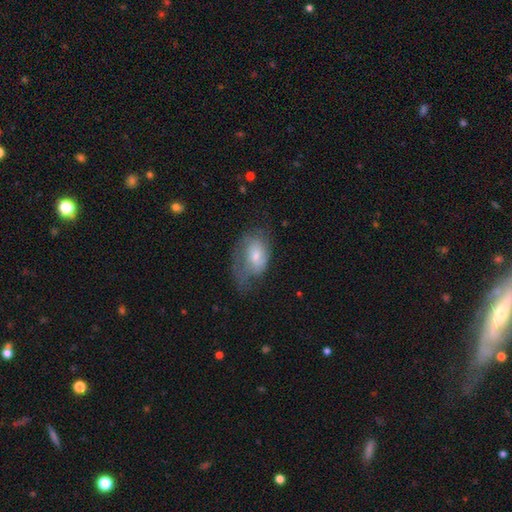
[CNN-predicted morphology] Overall: featured or disk (49%; smooth 42%). Merging: none (37%; major disturbance 32%).